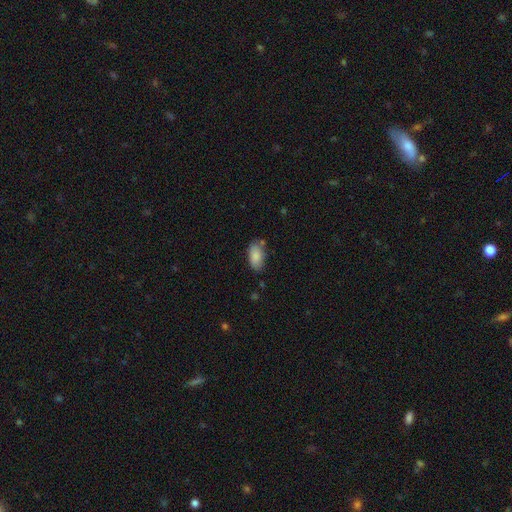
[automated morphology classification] smooth-or-featured: smooth: 85% | featured or disk: 8% | star or artifact: 7%
  how-rounded: in between: 93% | round: 3% | cigar-shaped: 3%
  merging: none: 71% | minor disturbance: 20% | merger: 5% | major disturbance: 4%